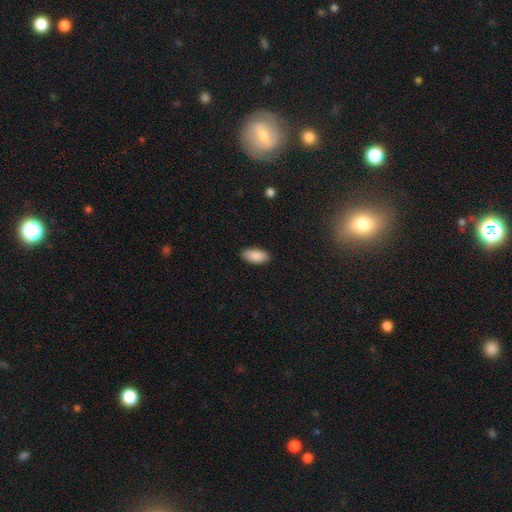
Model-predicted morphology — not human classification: Smooth or featured? Predicted: smooth (p=0.90). How rounded? Predicted: in between (p=0.93). Merging? Predicted: none (p=0.89).